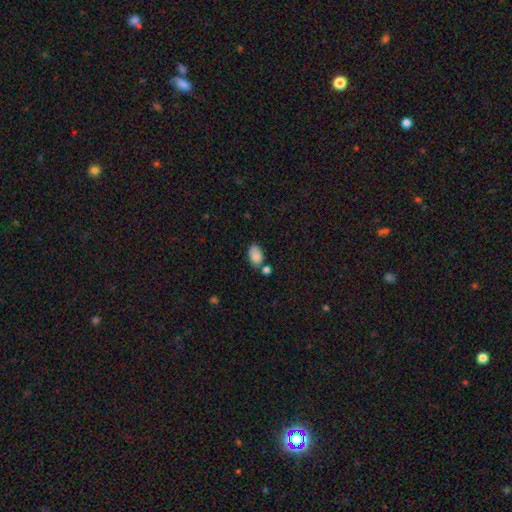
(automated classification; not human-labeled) smooth 86%, star or artifact 8%, featured or disk 6%. Down the decision tree: how rounded — in between (91%); merging — none (62%).